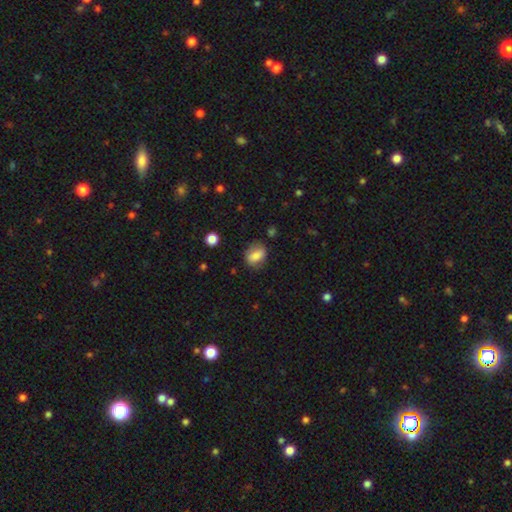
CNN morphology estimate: This is likely a smooth galaxy (76%). How rounded: likely in between (67%). Merging: likely none (73%).